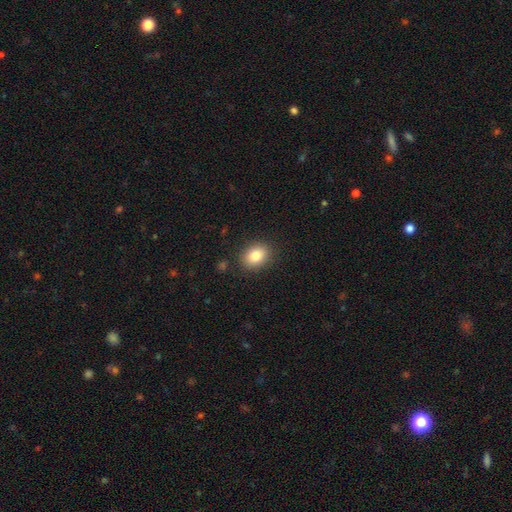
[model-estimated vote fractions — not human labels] smooth 82%, star or artifact 9%, featured or disk 8%. Down the decision tree: how rounded — in between (55%); merging — none (88%).